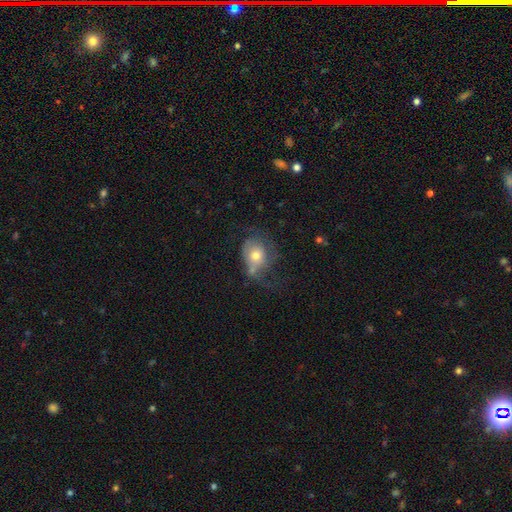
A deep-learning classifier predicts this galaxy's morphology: type=smooth (53%); roundness=round (56%); merging=major disturbance (35%).